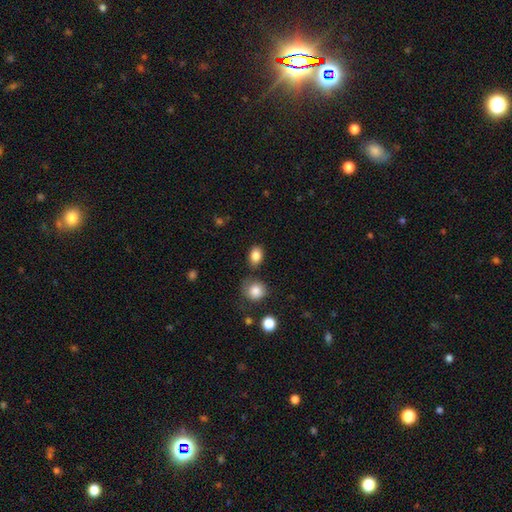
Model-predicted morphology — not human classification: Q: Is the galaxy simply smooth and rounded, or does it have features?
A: smooth — 85%.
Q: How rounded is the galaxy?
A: in between — 74%.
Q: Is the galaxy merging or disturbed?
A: none — 77%.